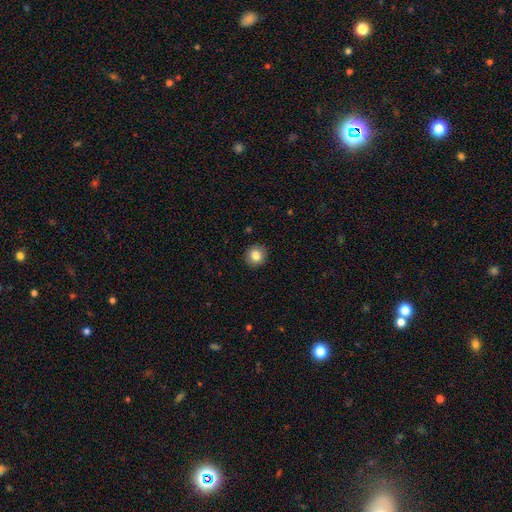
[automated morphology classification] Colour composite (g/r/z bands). It shows a smooth galaxy with no disk features (83%) that is round (92%). Merging: none (92%).